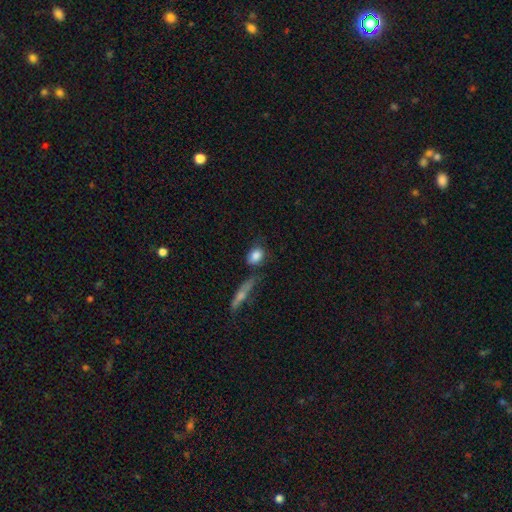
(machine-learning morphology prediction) smooth_or_featured: smooth (p=0.84) [alt: featured or disk p=0.09]
how_rounded: in between (p=0.64) [alt: round p=0.31]
merging: none (p=0.61) [alt: minor disturbance p=0.19]